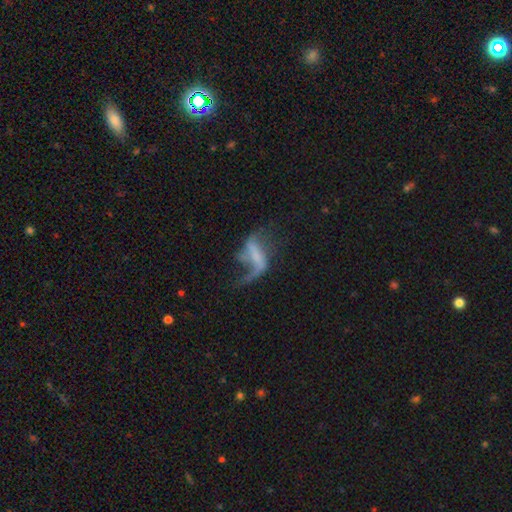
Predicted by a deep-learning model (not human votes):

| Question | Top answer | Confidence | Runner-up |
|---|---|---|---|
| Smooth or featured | featured or disk | 65% | smooth (24%) |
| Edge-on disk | no | 93% | yes (7%) |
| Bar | strong | 37% | no (35%) |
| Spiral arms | yes | 63% | no (37%) |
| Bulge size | none | 62% | small (20%) |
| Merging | major disturbance | 50% | none (27%) |